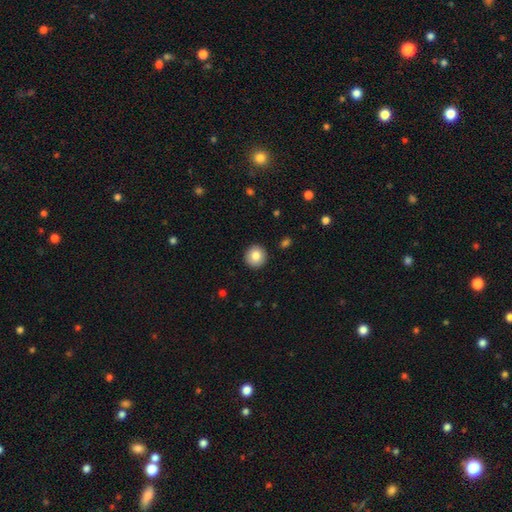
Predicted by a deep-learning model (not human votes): Morphology: type=smooth (84%); roundness=round (93%); merging=none (92%).